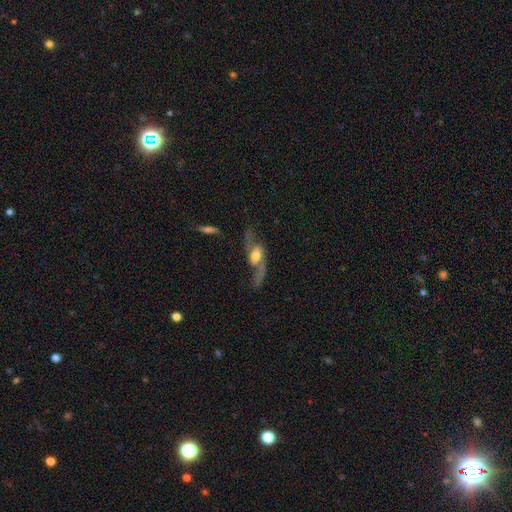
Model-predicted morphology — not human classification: This is likely a featured or disk galaxy (78%). It is likely not viewed edge-on (80%). Bar: possibly no (46%). Spiral arm pattern: clearly yes (86%). Spiral arm count: clearly 2 (88%). Spiral winding: likely loose (74%). Central bulge: possibly moderate (60%). Merging: possibly none (55%).